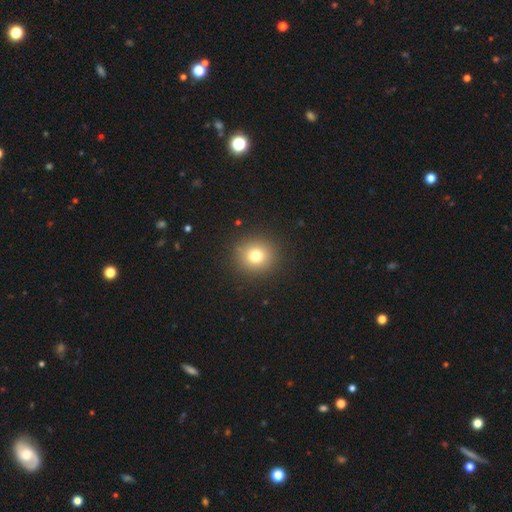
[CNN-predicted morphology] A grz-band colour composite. It shows a smooth galaxy with no disk features (77%) that is round (90%). Merging: none (90%).